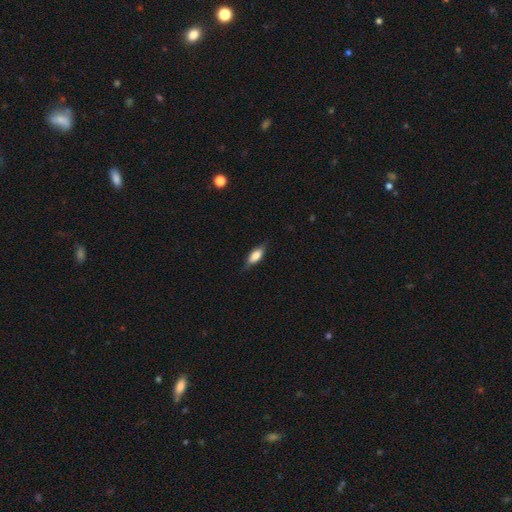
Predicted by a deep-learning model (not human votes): smooth 69%, featured or disk 24%, star or artifact 7%. Down the decision tree: how rounded — in between (74%); merging — none (76%).